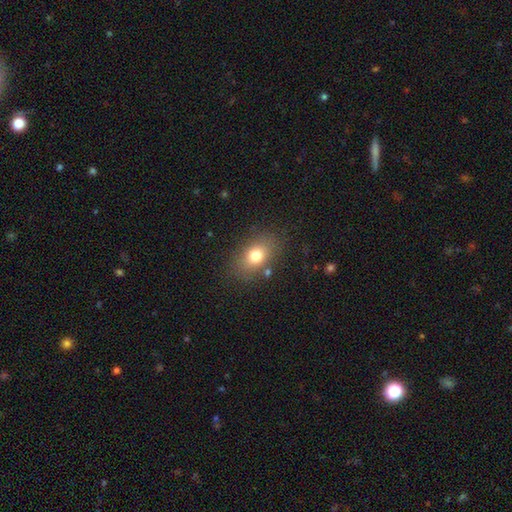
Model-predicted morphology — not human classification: A smooth galaxy with no disk features (76%) that is in between round and cigar-shaped (75%). Merging: none (80%).